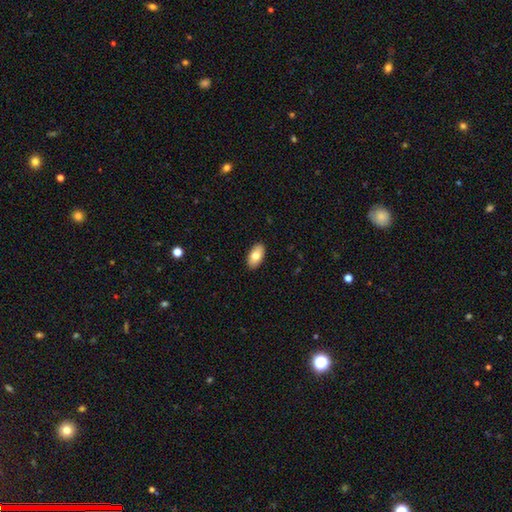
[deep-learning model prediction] smooth-or-featured: smooth: 76% | featured or disk: 18% | star or artifact: 6%
  how-rounded: in between: 94% | round: 3% | cigar-shaped: 2%
  merging: none: 89% | minor disturbance: 8% | major disturbance: 2% | merger: 1%